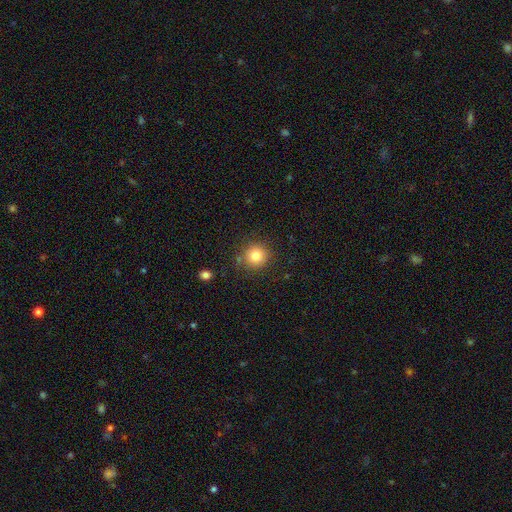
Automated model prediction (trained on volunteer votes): Overall: smooth (82%). How rounded: round (92%). Merging: none (84%).